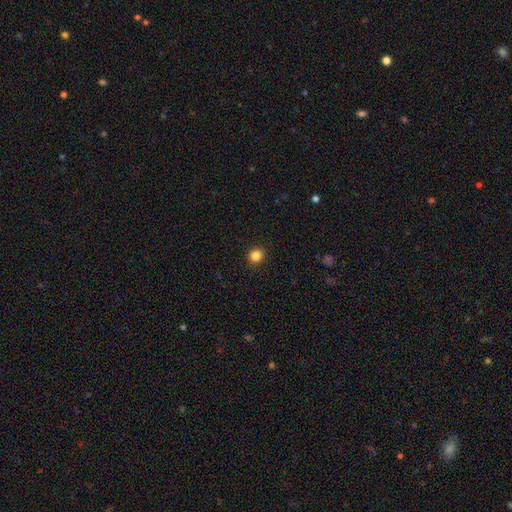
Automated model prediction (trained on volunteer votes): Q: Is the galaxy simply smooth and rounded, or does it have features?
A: smooth — 85%.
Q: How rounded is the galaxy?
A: round — 86%.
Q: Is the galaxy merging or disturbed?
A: none — 92%.